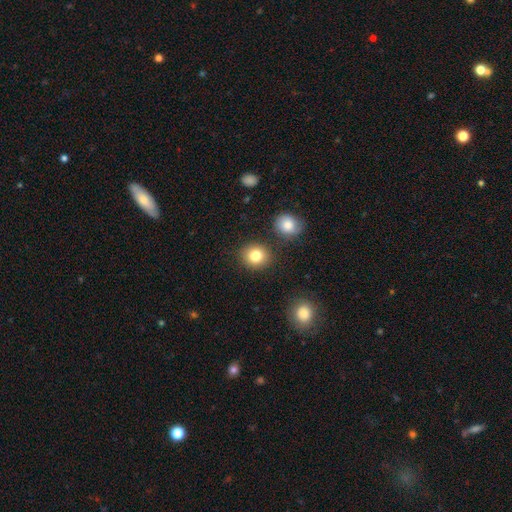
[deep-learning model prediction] This is clearly a smooth galaxy (82%). How rounded: clearly round (82%). Merging: clearly none (83%).